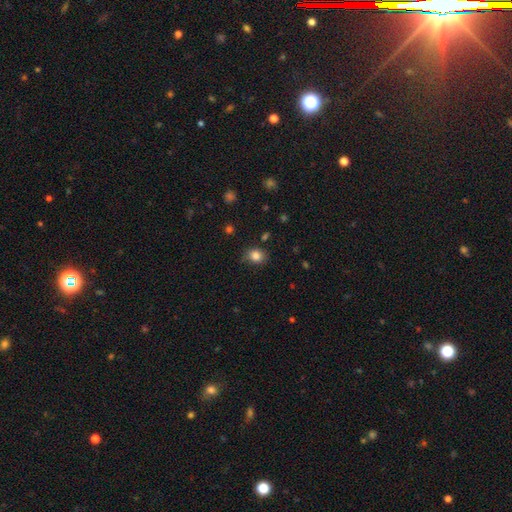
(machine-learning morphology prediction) Q: Smooth or featured?
A: smooth (83%); runner-up: star or artifact (11%)
Q: How rounded?
A: round (57%); runner-up: in between (42%)
Q: Merging?
A: none (75%); runner-up: minor disturbance (19%)